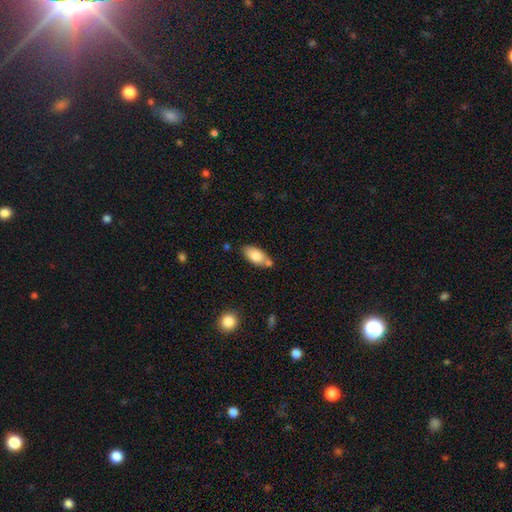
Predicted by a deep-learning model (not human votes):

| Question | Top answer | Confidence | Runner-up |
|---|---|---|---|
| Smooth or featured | smooth | 80% | featured or disk (13%) |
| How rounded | in between | 90% | cigar-shaped (7%) |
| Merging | none | 60% | merger (19%) |